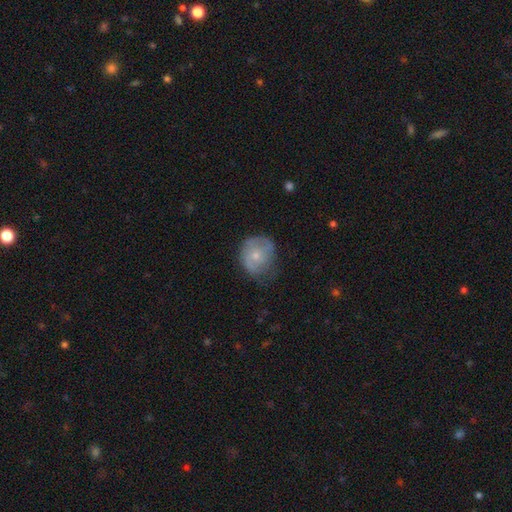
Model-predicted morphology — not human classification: Overall: smooth (51%; featured or disk 42%). How rounded: round (77%). Merging: none (53%; minor disturbance 32%).